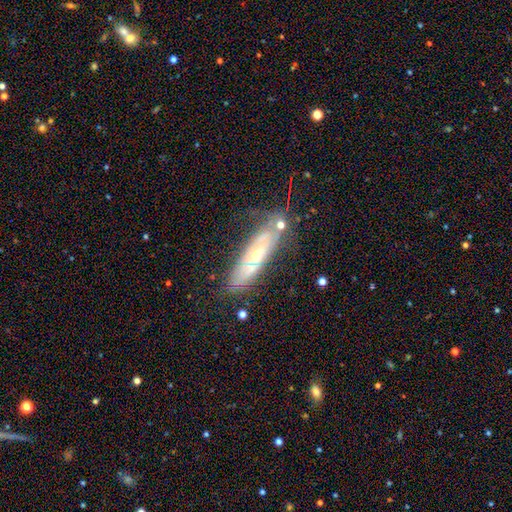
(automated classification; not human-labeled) A featured or disk galaxy (62%).

Vote fractions:
- Smooth or featured? featured or disk: 62% / smooth: 28% / star or artifact: 11%
- Edge-on disk? no: 57% / yes: 43%
- Merging? none: 62% / minor disturbance: 22% / major disturbance: 10% / merger: 7%